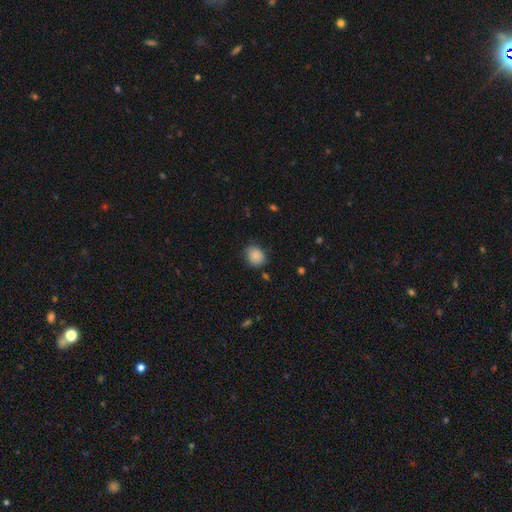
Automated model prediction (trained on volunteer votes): Smooth or featured? smooth (87%)
How rounded? round (68%)
Merging? none (71%)